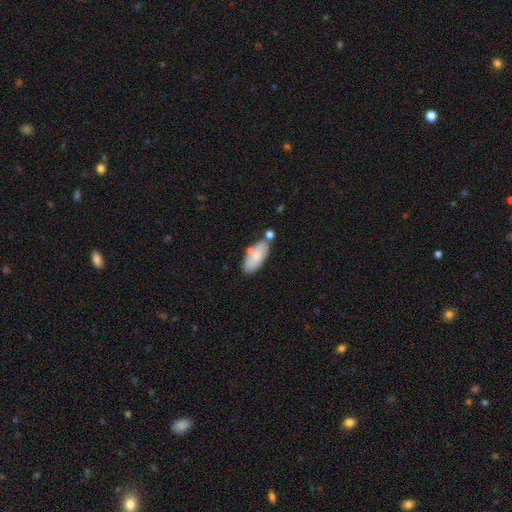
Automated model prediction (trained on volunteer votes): The model was most divided on "merging": none: 62%, minor disturbance: 18%, merger: 16%, major disturbance: 4%. More confident: how rounded — in between (87%); smooth or featured — smooth (77%).